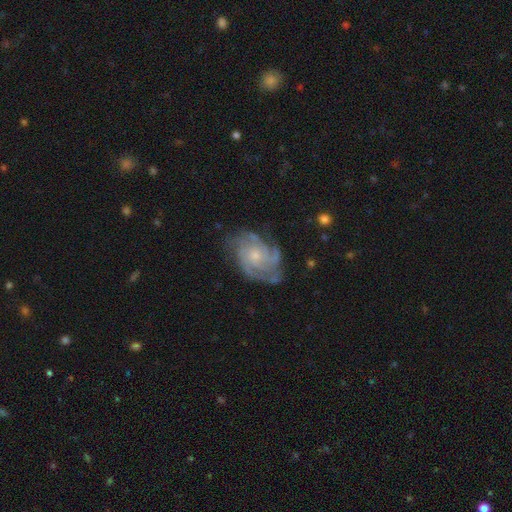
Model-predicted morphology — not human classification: This is clearly a featured or disk galaxy (87%). It is clearly not viewed edge-on (98%). Bar: likely no (77%). Spiral arm pattern: clearly yes (97%). Spiral arm count: marginally 4 (29%). Spiral winding: possibly tight (56%). Central bulge: likely small (66%). Merging: likely none (70%).